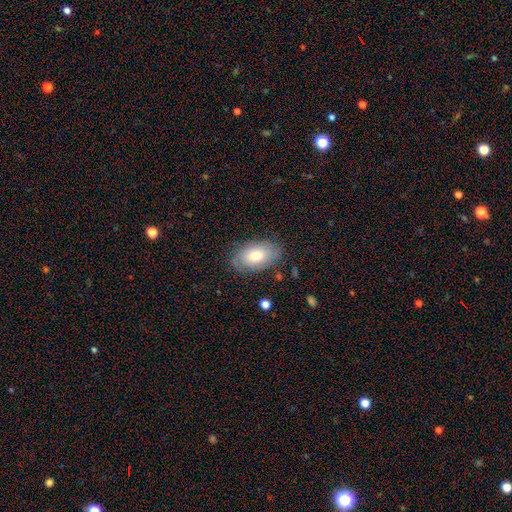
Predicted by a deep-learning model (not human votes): This appears to be a smooth galaxy with no disk features (72%) that is in between round and cigar-shaped (93%). Merging: none (81%).